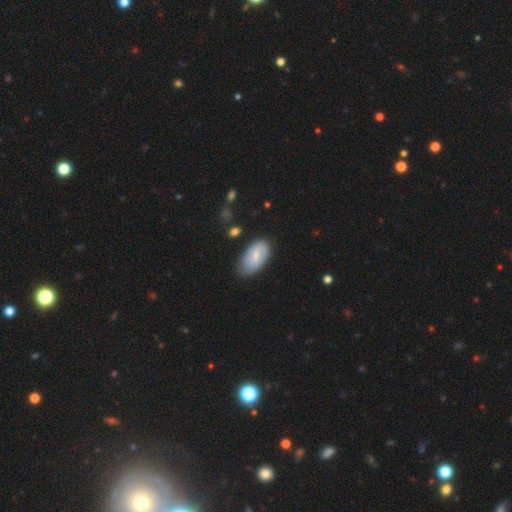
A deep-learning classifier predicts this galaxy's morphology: Smooth or featured: smooth — 65% (featured or disk — 29%)
How rounded: in between — 94% (round — 3%)
Merging: none — 62% (minor disturbance — 29%)